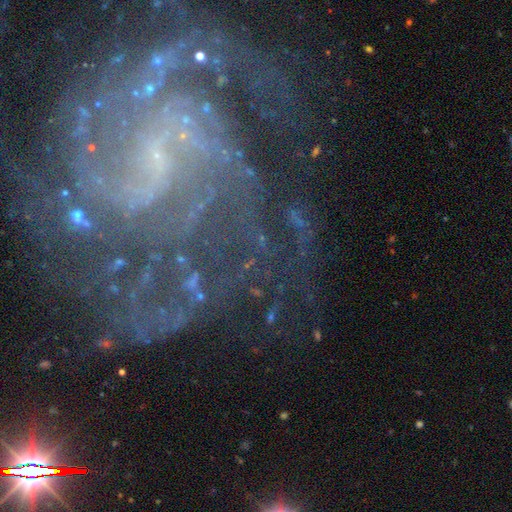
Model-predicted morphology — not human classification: This appears to be a featured or disk galaxy (86%) with a weak bar (46%), medium (43%, tied with tight) spiral arms (96%) and a small central bulge (64%). Merging: none (65%).